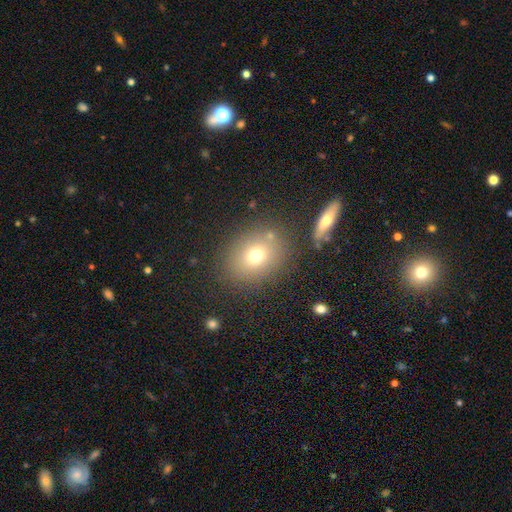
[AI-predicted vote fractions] A smooth galaxy with no disk features (70%) that is round (51%). Merging: none (78%).